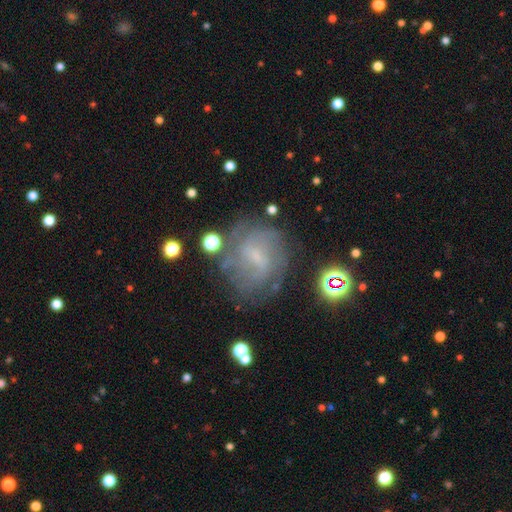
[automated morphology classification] Q: Smooth or featured?
A: featured or disk (63%); runner-up: smooth (23%)
Q: Edge-on disk?
A: no (97%); runner-up: yes (3%)
Q: Bar?
A: weak (55%); runner-up: no (32%)
Q: Spiral arms?
A: yes (78%); runner-up: no (22%)
Q: Bulge size?
A: small (49%); runner-up: none (28%)
Q: Merging?
A: none (65%); runner-up: minor disturbance (19%)